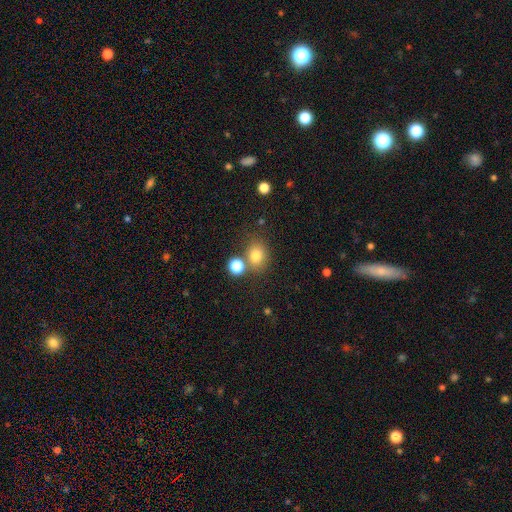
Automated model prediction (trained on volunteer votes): Smooth or featured? Predicted: smooth (p=0.78). How rounded? Predicted: round (p=0.61). Merging? Predicted: none (p=0.67).